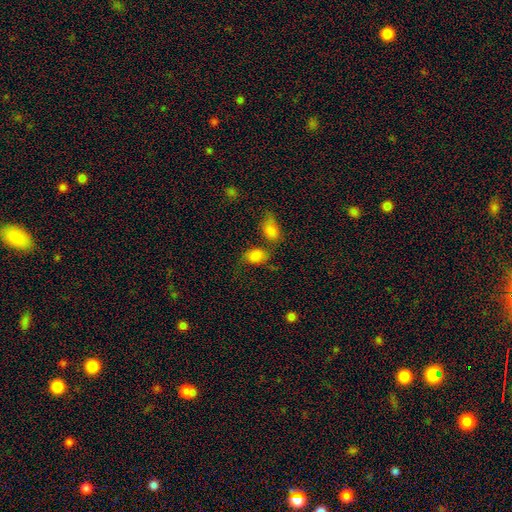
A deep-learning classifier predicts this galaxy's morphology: type=smooth (82%); roundness=in between (74%); merging=none (46%).